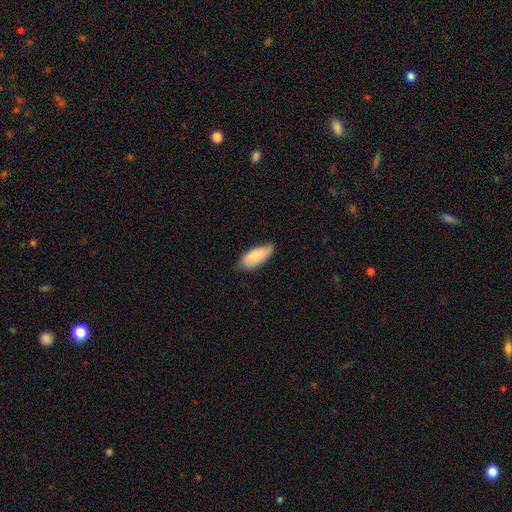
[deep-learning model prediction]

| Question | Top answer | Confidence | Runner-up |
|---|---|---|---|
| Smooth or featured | smooth | 78% | featured or disk (16%) |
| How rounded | in between | 86% | cigar-shaped (12%) |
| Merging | none | 70% | minor disturbance (25%) |